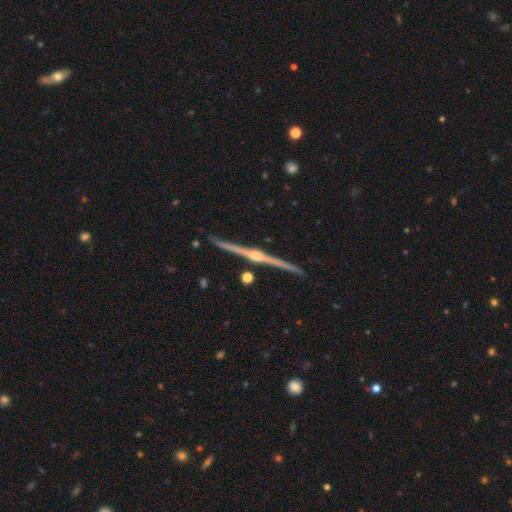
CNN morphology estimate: smooth_or_featured: featured or disk (p=0.84) [alt: smooth p=0.09]
disk_edge_on: yes (p=0.98) [alt: no p=0.02]
edge_on_bulge: rounded (p=0.76) [alt: none p=0.16]
merging: none (p=0.87) [alt: minor disturbance p=0.07]